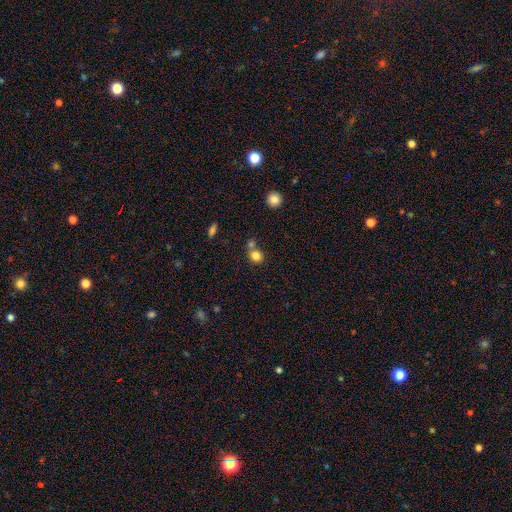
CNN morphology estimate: This is clearly a smooth galaxy (81%). How rounded: likely round (76%). Merging: possibly none (55%).